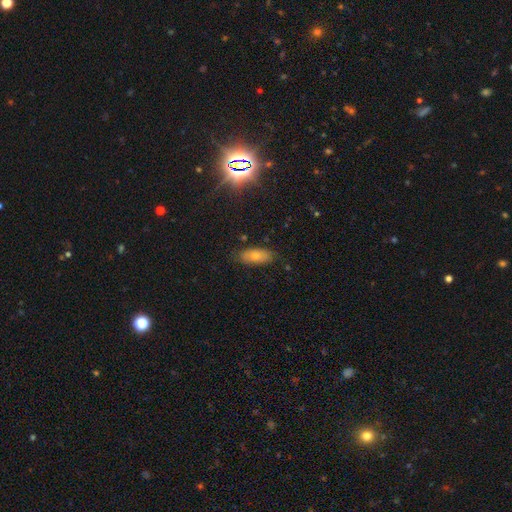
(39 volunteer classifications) This is likely a smooth galaxy (69%). How rounded: clearly in between (96%). Merging: clearly none (83%).